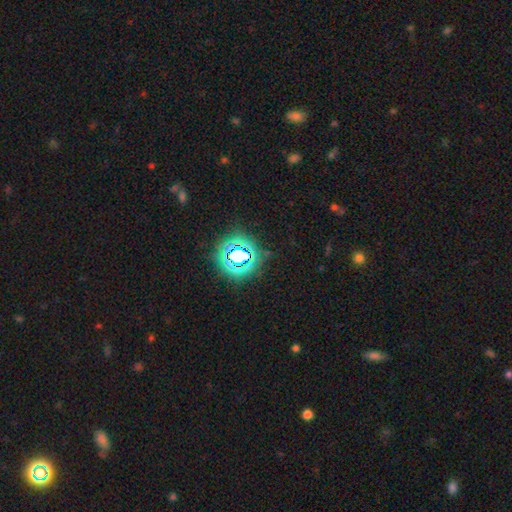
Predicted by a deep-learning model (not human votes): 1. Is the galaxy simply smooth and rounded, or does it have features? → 77% star or artifact, 16% smooth, 7% featured or disk.